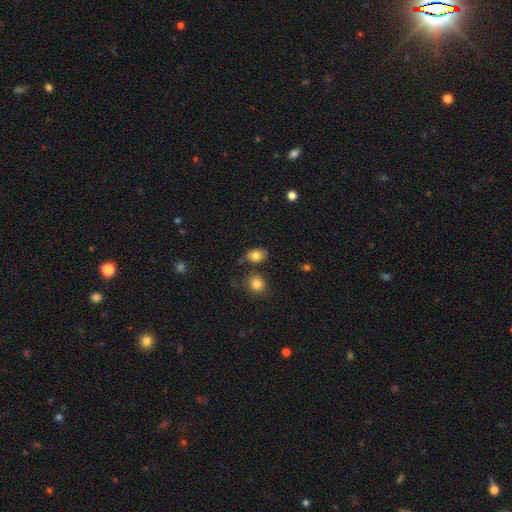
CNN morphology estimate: smooth-or-featured: smooth: 82% | star or artifact: 9% | featured or disk: 9%
  how-rounded: in between: 73% | round: 26% | cigar-shaped: 1%
  merging: none: 70% | minor disturbance: 17% | merger: 8% | major disturbance: 5%